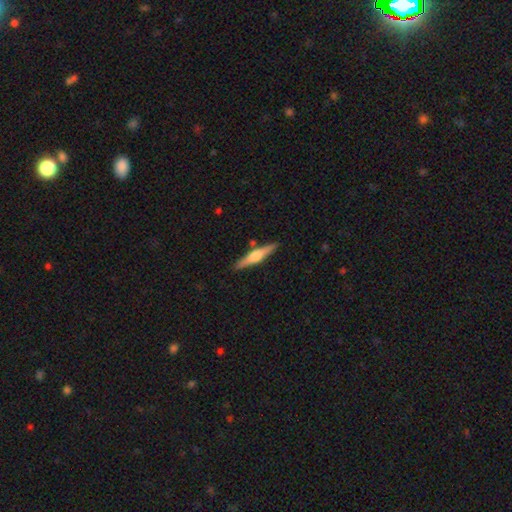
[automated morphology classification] Overall: featured or disk (57%; smooth 38%). Edge-on disk: yes (96%). Edge-on bulge: rounded (87%). Merging: none (86%).